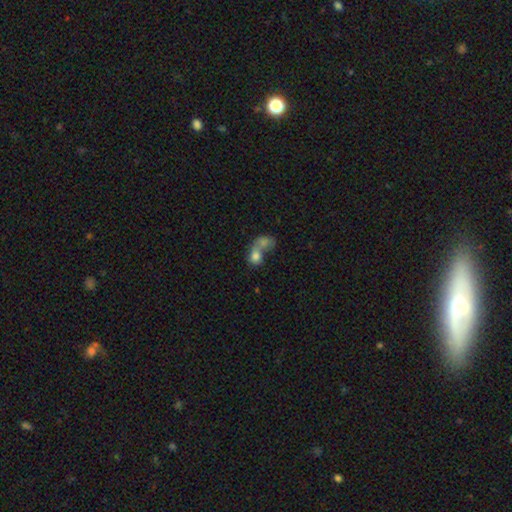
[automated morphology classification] Smooth or featured? smooth (76%)
How rounded? round (52%)
Merging? merger (74%)